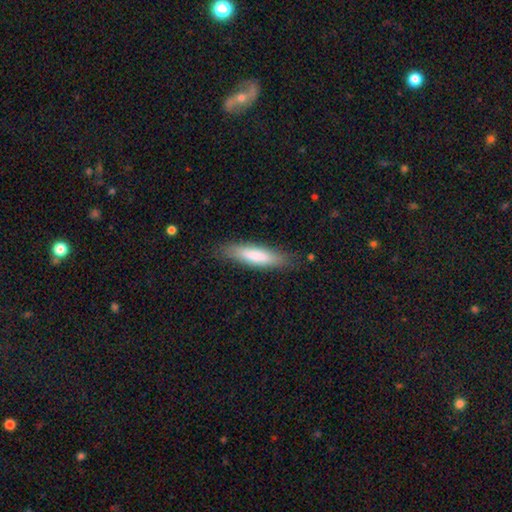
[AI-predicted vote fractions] The model was most divided on "how rounded": cigar-shaped: 73%, in between: 26%, round: 1%. More confident: merging — none (84%); smooth or featured — smooth (79%).